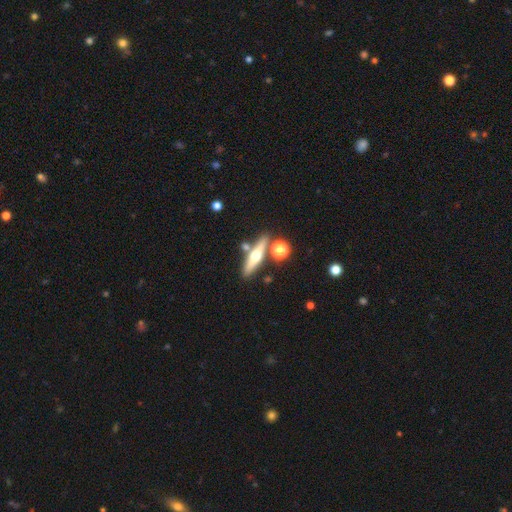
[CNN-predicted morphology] The model was most divided on "smooth or featured": featured or disk: 55%, smooth: 38%, star or artifact: 7%. More confident: edge-on disk — yes (91%); merging — none (74%).